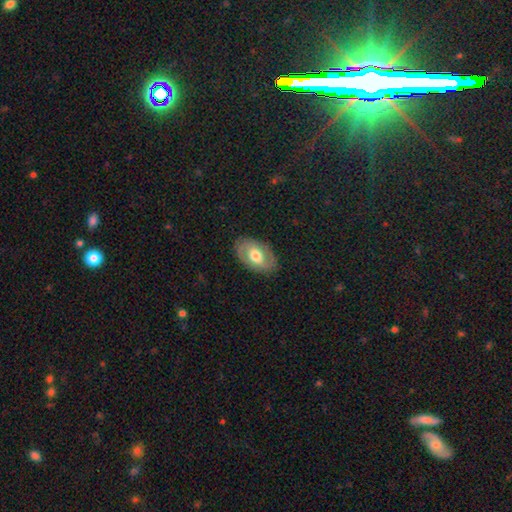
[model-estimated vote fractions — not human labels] A featured or disk galaxy (49%). Merging: none (83%).